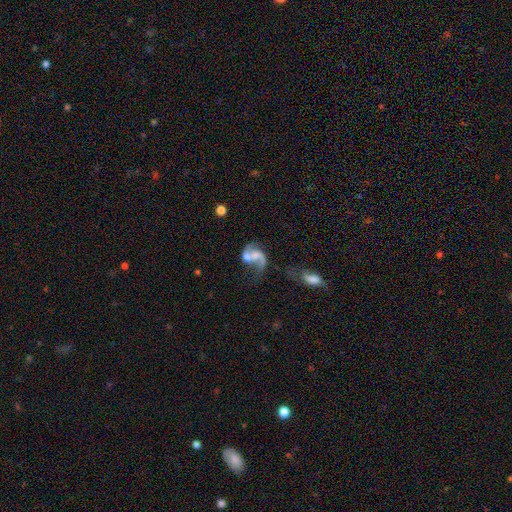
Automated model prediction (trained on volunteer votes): smooth_or_featured: featured or disk (p=0.78) [alt: smooth p=0.14]
disk_edge_on: no (p=0.98) [alt: yes p=0.02]
bar: no (p=0.56) [alt: weak p=0.34]
has_spiral_arms: yes (p=0.88) [alt: no p=0.12]
spiral_winding: loose (p=0.64) [alt: medium p=0.30]
spiral_arm_count: 2 (p=0.83) [alt: 1 p=0.10]
bulge_size: moderate (p=0.31) [alt: none p=0.30]
merging: merger (p=0.36) [alt: none p=0.31]